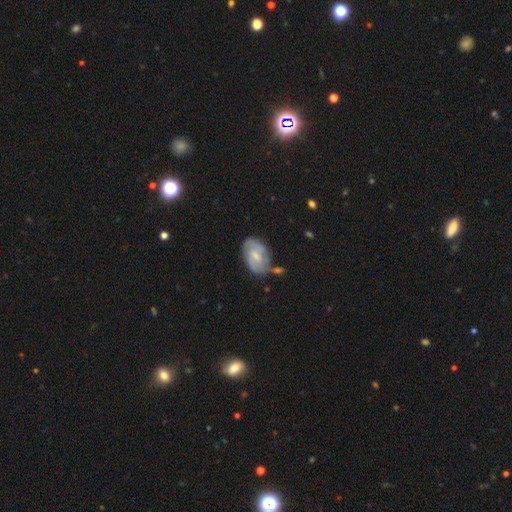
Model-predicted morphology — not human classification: Q: Smooth or featured?
A: featured or disk (51%); runner-up: smooth (42%)
Q: Edge-on disk?
A: no (95%); runner-up: yes (5%)
Q: Merging?
A: none (57%); runner-up: minor disturbance (26%)